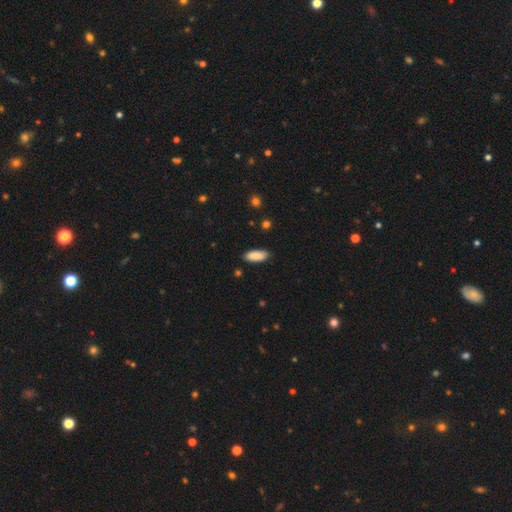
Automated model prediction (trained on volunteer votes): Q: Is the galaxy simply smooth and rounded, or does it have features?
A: smooth — 89%.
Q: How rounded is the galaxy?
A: in between — 79%.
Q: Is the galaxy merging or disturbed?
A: none — 87%.